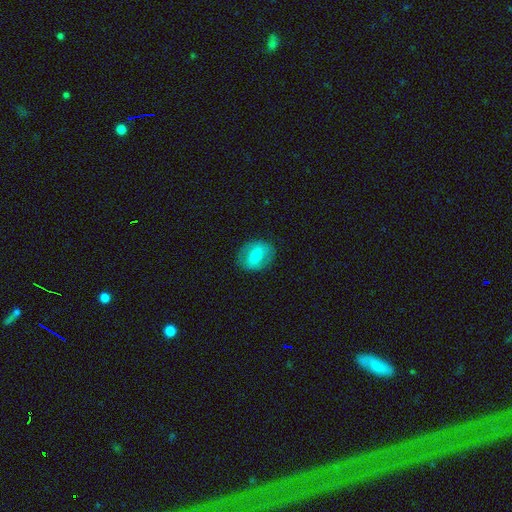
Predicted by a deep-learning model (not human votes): Smooth or featured? smooth (59%)
How rounded? in between (54%)
Merging? none (83%)